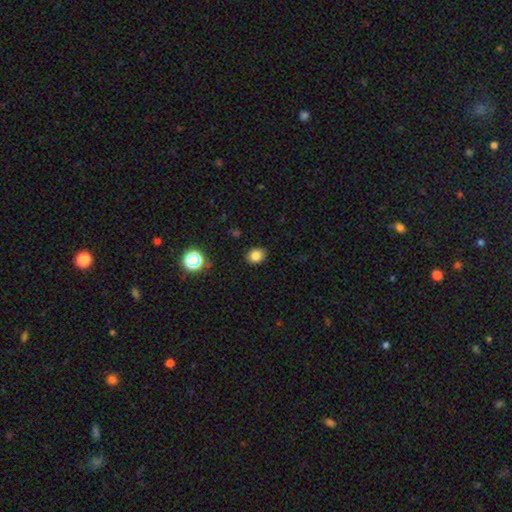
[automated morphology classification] A smooth galaxy with no disk features (82%) that is round (53%). Merging: none (88%).